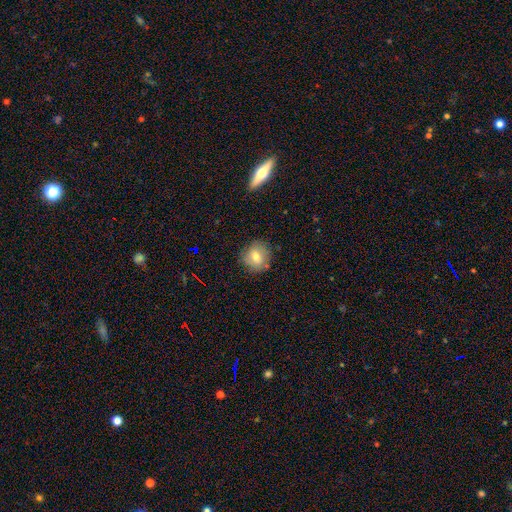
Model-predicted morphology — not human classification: Smooth or featured?
  - smooth: 64% *
  - featured or disk: 24%
  - star or artifact: 12%
How rounded?
  - round: 85% *
  - in between: 13%
  - cigar-shaped: 1%
Merging?
  - none: 80% *
  - minor disturbance: 15%
  - major disturbance: 3%
  - merger: 2%